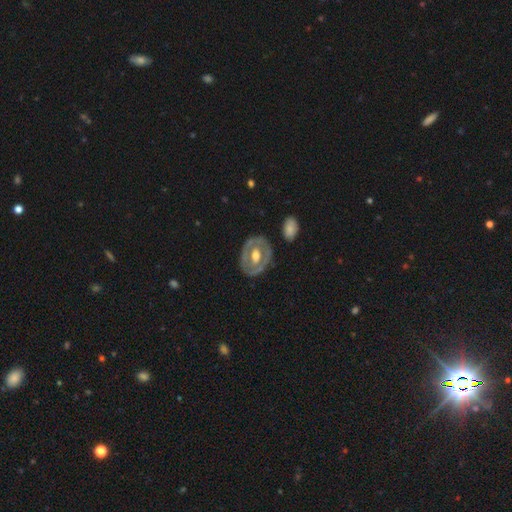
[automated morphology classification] This is likely a featured or disk galaxy (64%). It is clearly not viewed edge-on (93%). Bar: possibly no (60%). Spiral arm pattern: likely no (77%). Central bulge: likely moderate (68%). Merging: likely none (78%).